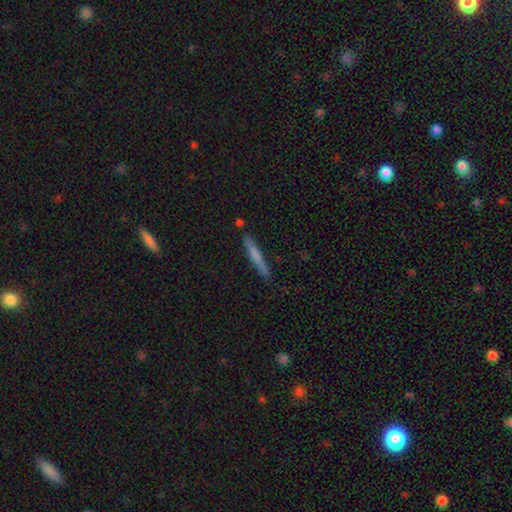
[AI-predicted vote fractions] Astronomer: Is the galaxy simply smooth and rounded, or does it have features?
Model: smooth — 58% (runner-up: featured or disk, 36%).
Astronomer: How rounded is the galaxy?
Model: cigar-shaped — 95%.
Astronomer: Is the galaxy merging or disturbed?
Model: none — 85%.